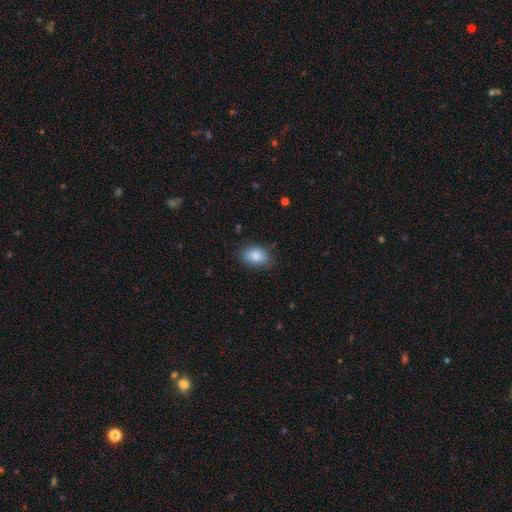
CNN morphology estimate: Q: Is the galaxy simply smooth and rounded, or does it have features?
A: smooth — 84%.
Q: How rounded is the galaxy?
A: in between — 83%.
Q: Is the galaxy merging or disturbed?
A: none — 80%.